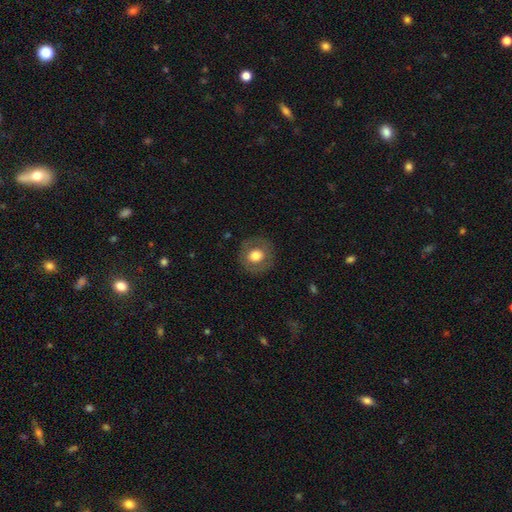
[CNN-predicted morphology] A smooth galaxy with no disk features (67%) that is round (89%).

Vote fractions:
- Smooth or featured? smooth: 67% / featured or disk: 25% / star or artifact: 8%
- How rounded? round: 89% / in between: 10% / cigar-shaped: 1%
- Merging? none: 87% / minor disturbance: 8% / major disturbance: 4% / merger: 1%